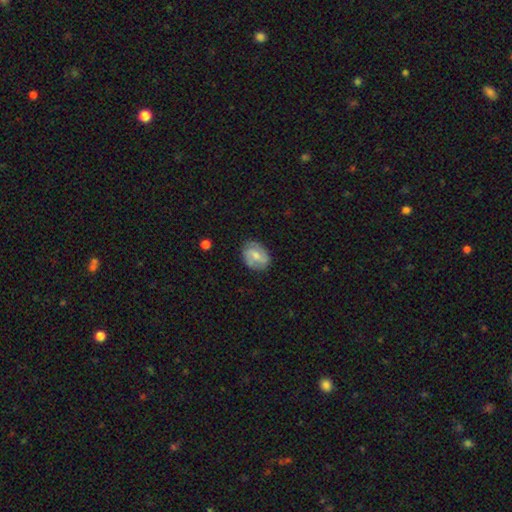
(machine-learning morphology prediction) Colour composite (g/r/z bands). It shows a featured or disk galaxy (59%) with a weak bar (49%), spiral arms (83%) and a moderate central bulge (52%). Merging: none (78%).